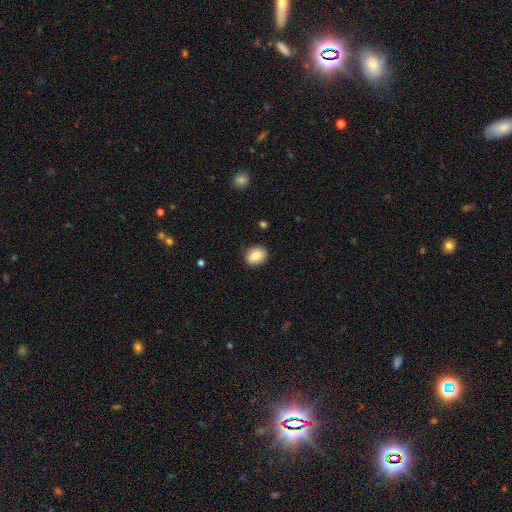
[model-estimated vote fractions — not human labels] Smooth or featured? smooth (85%)
How rounded? round (56%)
Merging? none (86%)